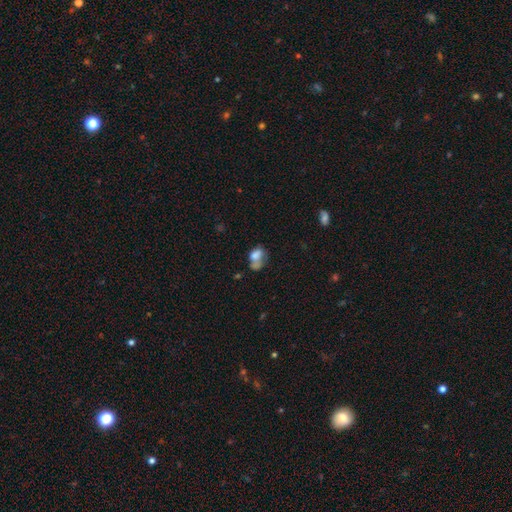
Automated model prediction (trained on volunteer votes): Smooth or featured: smooth — 66% (featured or disk — 22%)
How rounded: in between — 77% (round — 21%)
Merging: merger — 29% (none — 25%)